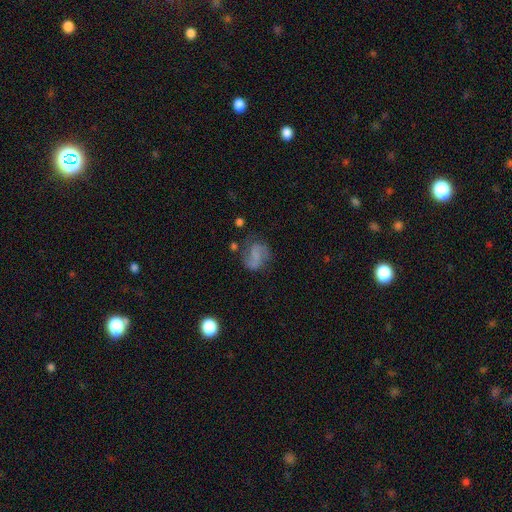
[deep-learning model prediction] smooth-or-featured: featured or disk: 60% | smooth: 29% | star or artifact: 10%
  disk-edge-on: no: 98% | yes: 2%
    bar: weak: 40% | no: 39% | strong: 21%
    has-spiral-arms: yes: 87% | no: 13%
      spiral-winding: medium: 43% | loose: 42% | tight: 16%
      spiral-arm-count: 2: 85% | can't tell: 7% | 1: 4% | 3: 2% | 4: 1% | more than 4: 1%
    bulge-size: none: 63% | small: 23% | moderate: 10% | large: 3% | dominant: 1%
  merging: none: 62% | minor disturbance: 21% | major disturbance: 13% | merger: 5%